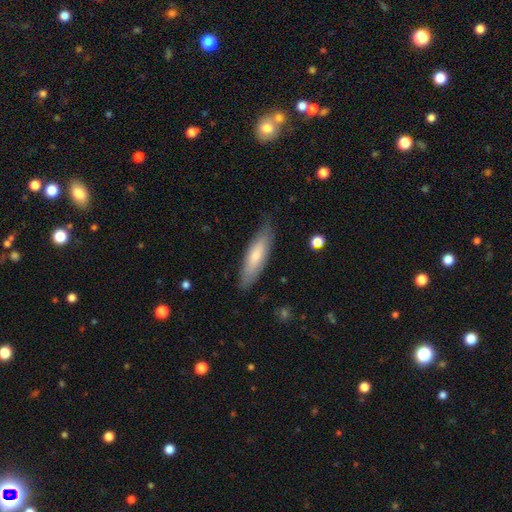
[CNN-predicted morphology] Smooth or featured? Predicted: smooth (p=0.71). How rounded? Predicted: cigar-shaped (p=0.61). Merging? Predicted: none (p=0.81).